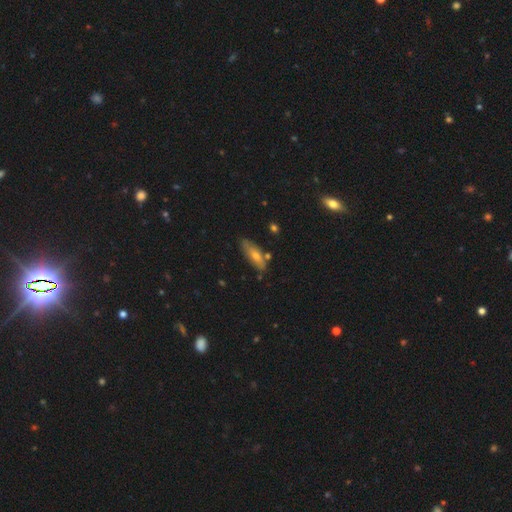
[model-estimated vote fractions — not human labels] The model was most divided on "how rounded": in between: 56%, cigar-shaped: 41%, round: 3%. More confident: merging — none (73%); smooth or featured — smooth (54%).